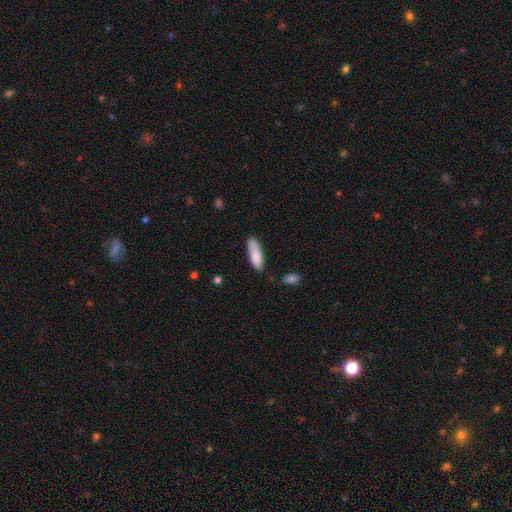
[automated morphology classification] smooth-or-featured: smooth: 84% | featured or disk: 10% | star or artifact: 6%
  how-rounded: cigar-shaped: 52% | in between: 46% | round: 1%
  merging: none: 73% | minor disturbance: 19% | major disturbance: 4% | merger: 4%